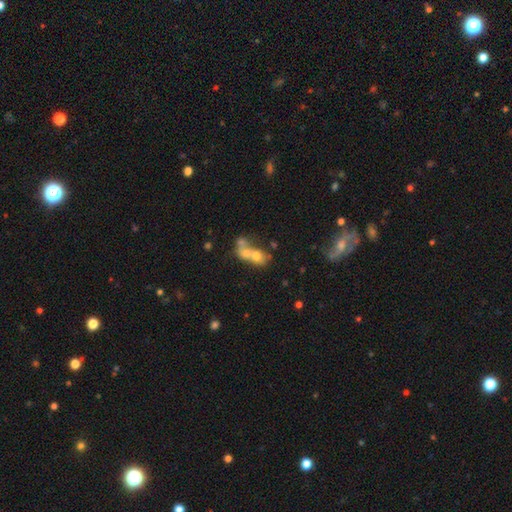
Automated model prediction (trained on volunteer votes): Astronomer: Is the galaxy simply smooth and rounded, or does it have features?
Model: smooth — 56%.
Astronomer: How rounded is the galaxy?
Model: in between — 53% (runner-up: round, 44%).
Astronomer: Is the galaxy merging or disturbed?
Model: merger — 70%.